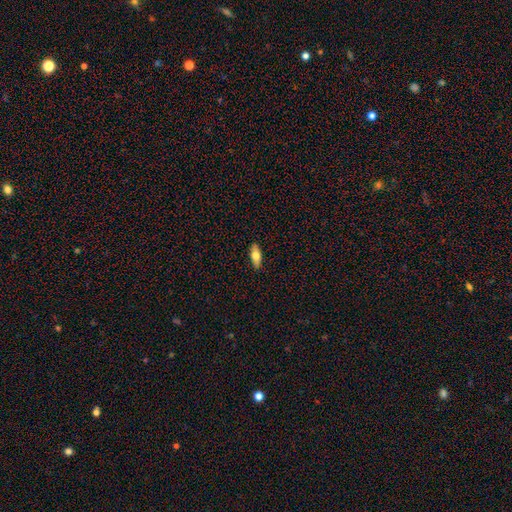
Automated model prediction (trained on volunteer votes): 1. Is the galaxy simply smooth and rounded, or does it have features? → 65% smooth, 28% featured or disk, 6% star or artifact.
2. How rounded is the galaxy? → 72% in between, 25% cigar-shaped, 3% round.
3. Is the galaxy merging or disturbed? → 90% none, 7% minor disturbance, 2% major disturbance, 1% merger.